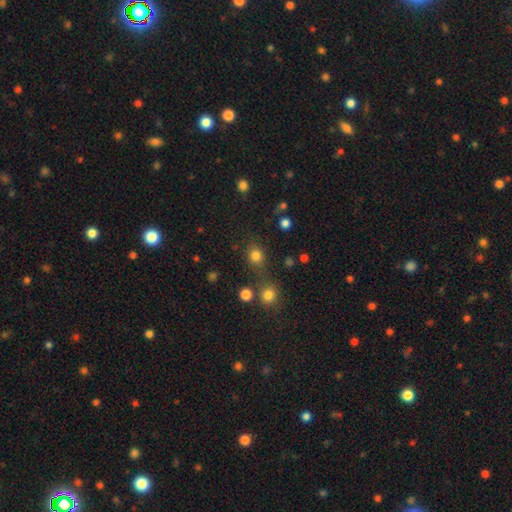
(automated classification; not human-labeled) This is likely a smooth galaxy (79%). How rounded: clearly round (81%). Merging: likely none (67%).